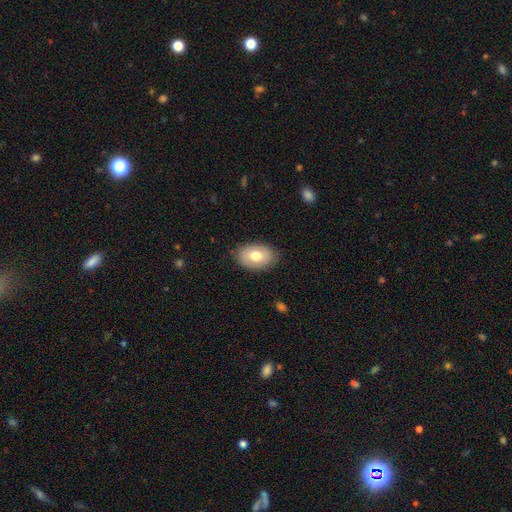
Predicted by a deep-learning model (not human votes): Smooth or featured? Predicted: smooth (p=0.72). How rounded? Predicted: in between (p=0.88). Merging? Predicted: none (p=0.85).